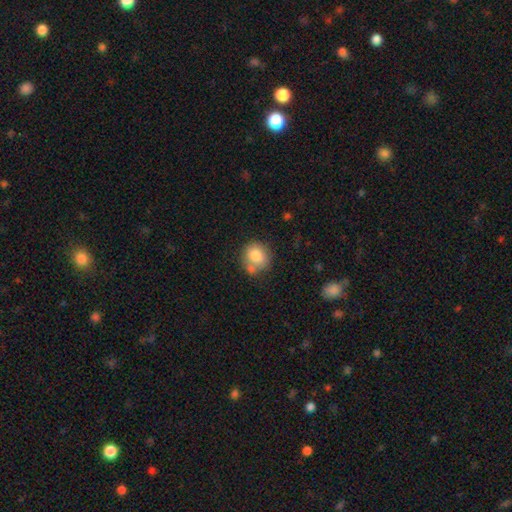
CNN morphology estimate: Overall: smooth (82%). How rounded: round (82%). Merging: none (59%).